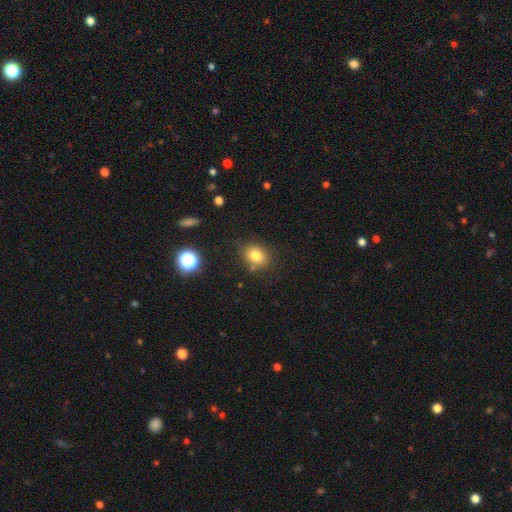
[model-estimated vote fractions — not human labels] The model was most divided on "how rounded": in between: 52%, round: 47%, cigar-shaped: 1%. More confident: smooth or featured — smooth (80%); merging — none (76%).